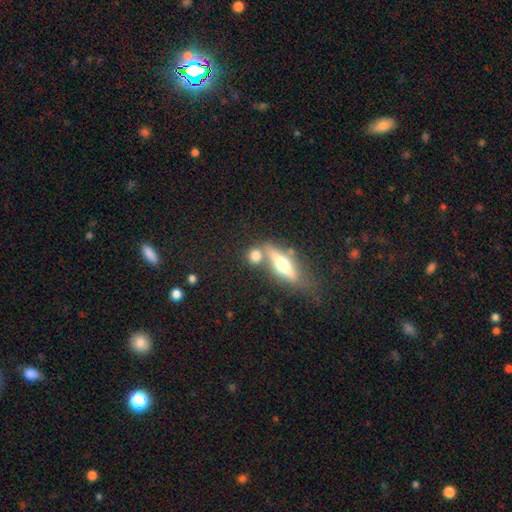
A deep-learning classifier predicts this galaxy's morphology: Smooth or featured? smooth (66%)
How rounded? round (52%)
Merging? none (58%)